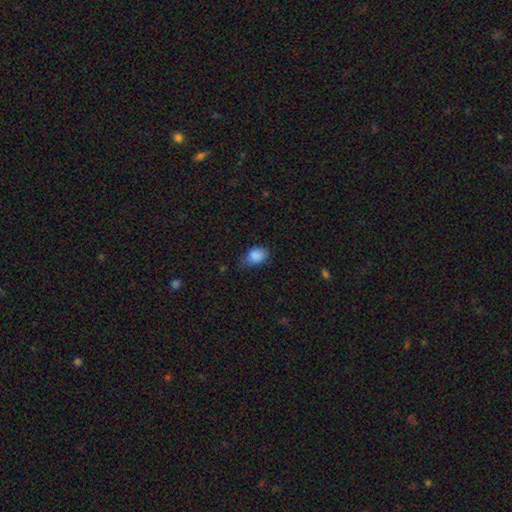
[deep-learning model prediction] smooth 87%, star or artifact 8%, featured or disk 5%. Down the decision tree: how rounded — in between (79%); merging — none (56%).